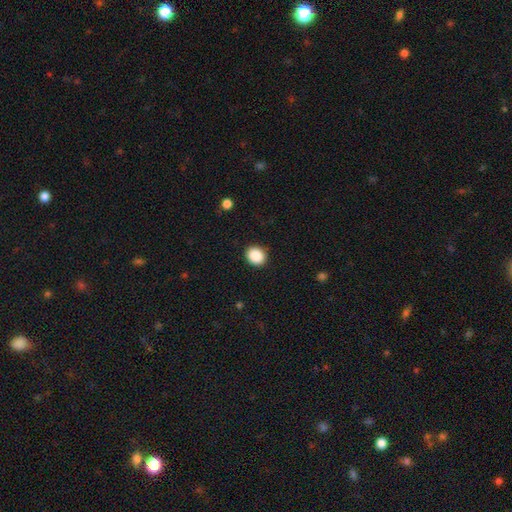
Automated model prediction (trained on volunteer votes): A smooth galaxy with no disk features (89%) that is round (63%).

Vote fractions:
- Smooth or featured? smooth: 89% / star or artifact: 8% / featured or disk: 3%
- How rounded? round: 63% / in between: 36% / cigar-shaped: 1%
- Merging? none: 90% / minor disturbance: 7% / major disturbance: 2% / merger: 1%